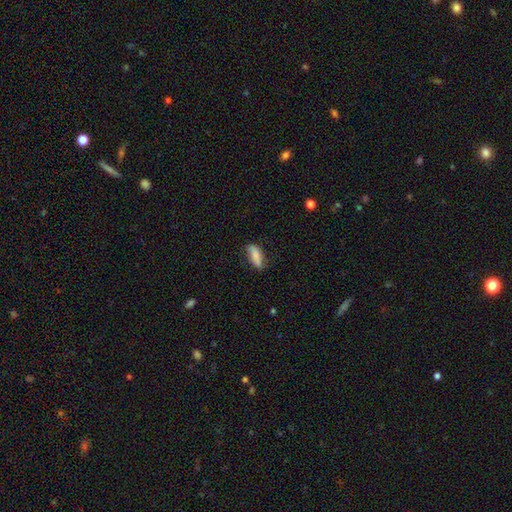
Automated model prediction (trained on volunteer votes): This appears to be a smooth galaxy with no disk features (73%) that is in between round and cigar-shaped (75%). Merging: none (67%).